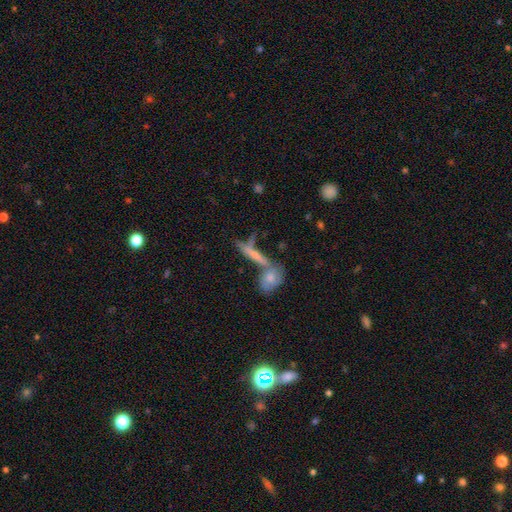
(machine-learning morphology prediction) This appears to be a featured or disk galaxy (46%). Merging: merger (41%, tied with none).